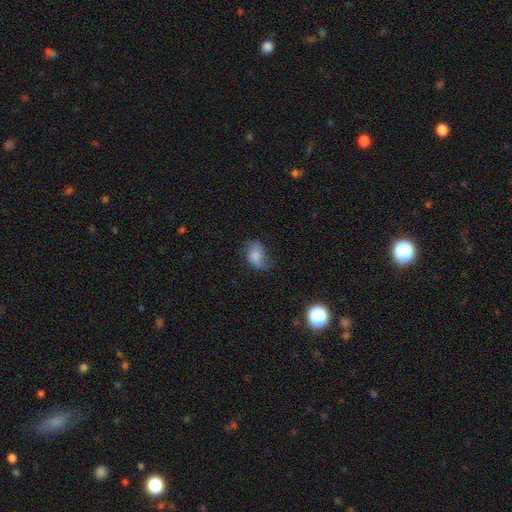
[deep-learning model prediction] A smooth galaxy with no disk features (72%) that is in between round and cigar-shaped (77%).

Vote fractions:
- Smooth or featured? smooth: 72% / featured or disk: 18% / star or artifact: 10%
- How rounded? in between: 77% / round: 22% / cigar-shaped: 1%
- Merging? none: 46% / minor disturbance: 34% / major disturbance: 18% / merger: 2%